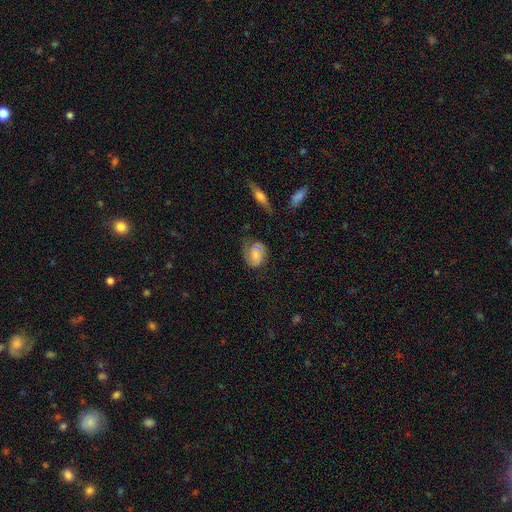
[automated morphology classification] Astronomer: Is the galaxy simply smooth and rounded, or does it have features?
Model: featured or disk — 50% (runner-up: smooth, 41%).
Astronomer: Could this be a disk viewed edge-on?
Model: no — 96%.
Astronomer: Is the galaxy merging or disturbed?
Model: none — 47% (runner-up: minor disturbance, 28%).